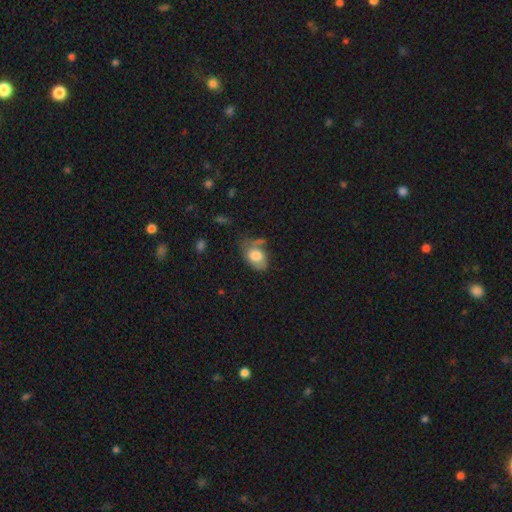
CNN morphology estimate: smooth_or_featured: smooth (p=0.69) [alt: featured or disk p=0.23]
how_rounded: in between (p=0.81) [alt: round p=0.18]
merging: none (p=0.40) [alt: minor disturbance p=0.30]